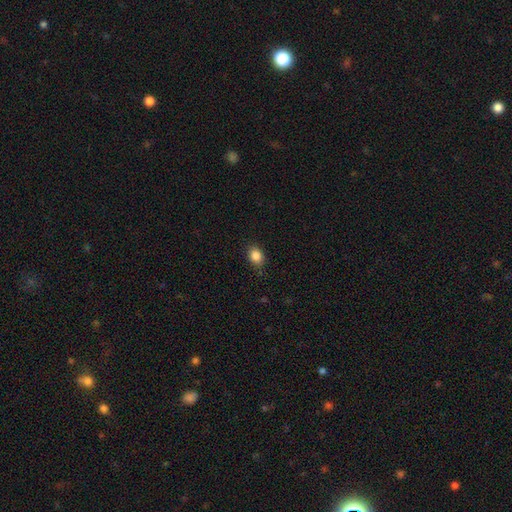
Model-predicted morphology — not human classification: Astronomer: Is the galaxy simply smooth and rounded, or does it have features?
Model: smooth — 86%.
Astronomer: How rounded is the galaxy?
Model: in between — 63%.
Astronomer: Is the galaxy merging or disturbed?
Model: none — 85%.